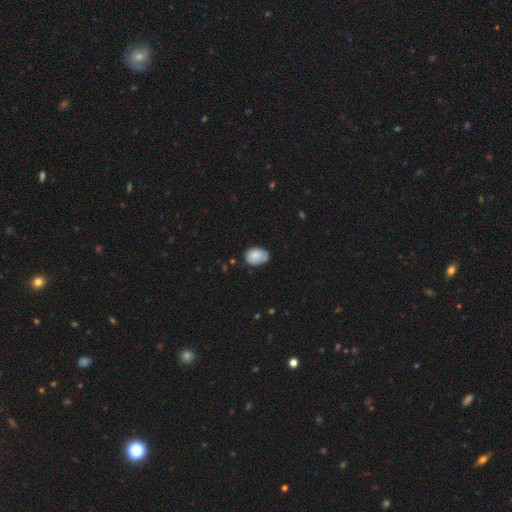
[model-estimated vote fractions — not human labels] smooth 83%, featured or disk 10%, star or artifact 7%. Down the decision tree: how rounded — in between (81%); merging — none (66%).